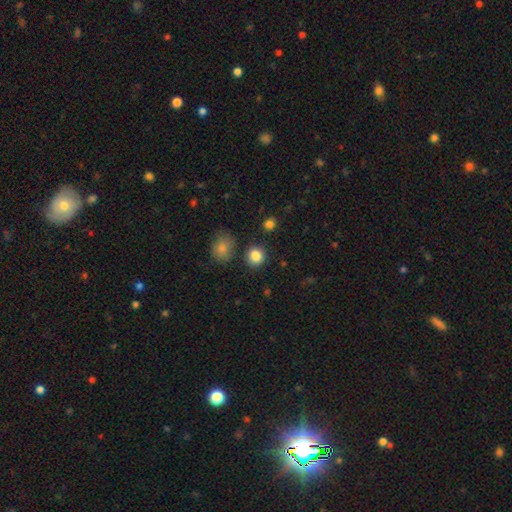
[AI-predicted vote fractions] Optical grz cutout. It shows a smooth galaxy with no disk features (85%) that is round (84%). Merging: none (84%).